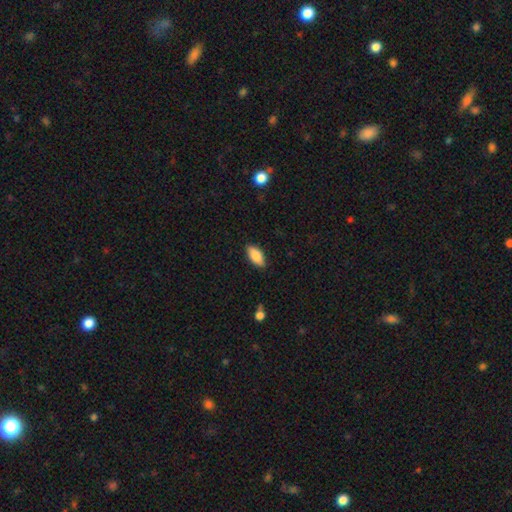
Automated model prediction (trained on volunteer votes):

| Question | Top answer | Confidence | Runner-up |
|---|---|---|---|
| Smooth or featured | smooth | 85% | featured or disk (8%) |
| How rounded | in between | 91% | cigar-shaped (7%) |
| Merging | none | 87% | minor disturbance (9%) |